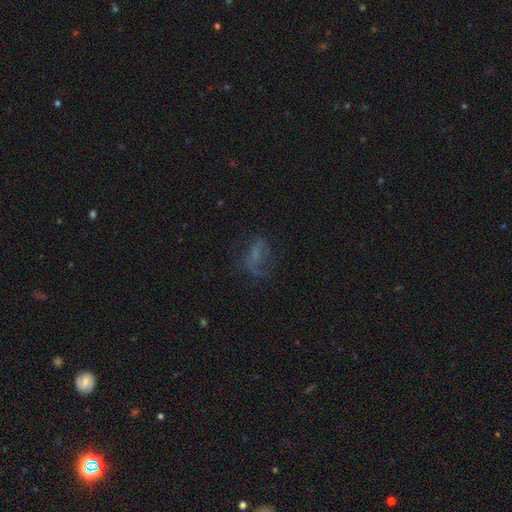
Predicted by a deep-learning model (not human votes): A featured or disk galaxy (43%).

Vote fractions:
- Smooth or featured? featured or disk: 43% / smooth: 35% / star or artifact: 22%
- Merging? none: 44% / major disturbance: 31% / minor disturbance: 21% / merger: 3%